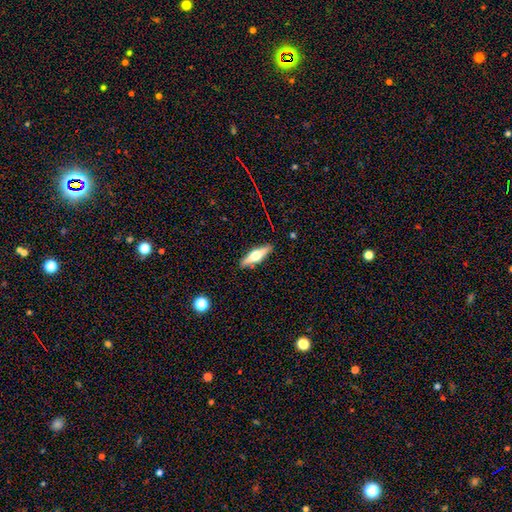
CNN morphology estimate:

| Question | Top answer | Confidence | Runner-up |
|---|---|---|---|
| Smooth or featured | featured or disk | 59% | smooth (35%) |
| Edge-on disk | yes | 95% | no (5%) |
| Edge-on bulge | rounded | 94% | boxy (4%) |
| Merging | none | 89% | minor disturbance (8%) |